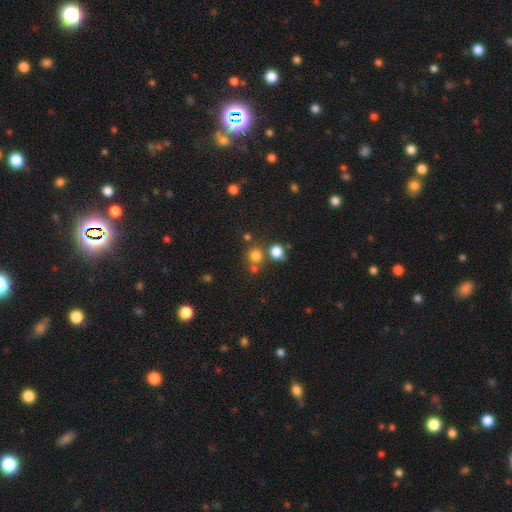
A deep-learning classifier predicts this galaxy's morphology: smooth 74%, star or artifact 19%, featured or disk 7%. Down the decision tree: how rounded — round (89%); merging — none (67%).